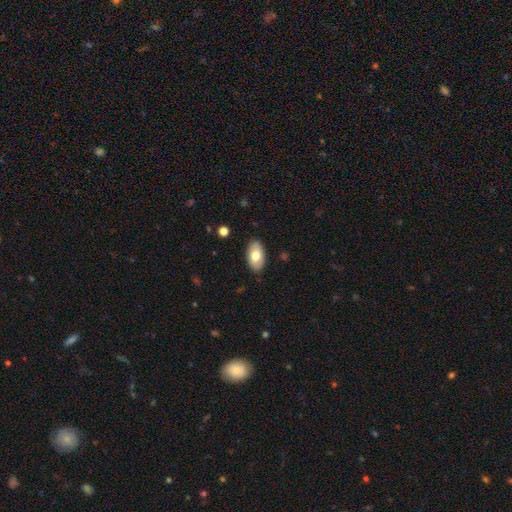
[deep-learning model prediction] Smooth or featured? Predicted: smooth (p=0.72). How rounded? Predicted: in between (p=0.94). Merging? Predicted: none (p=0.87).